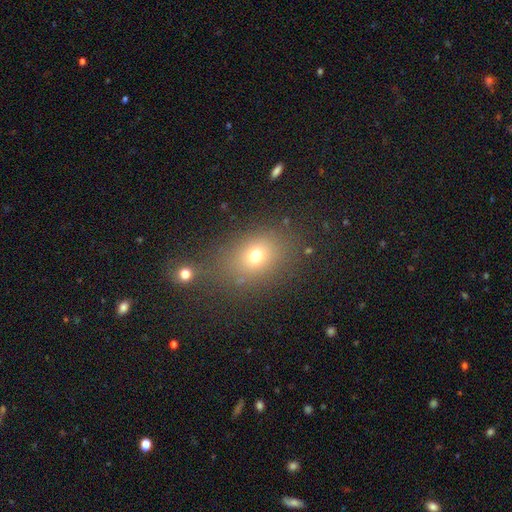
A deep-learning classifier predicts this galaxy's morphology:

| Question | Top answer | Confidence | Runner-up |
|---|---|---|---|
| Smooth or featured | smooth | 70% | star or artifact (18%) |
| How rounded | in between | 55% | round (43%) |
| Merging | none | 67% | merger (13%) |